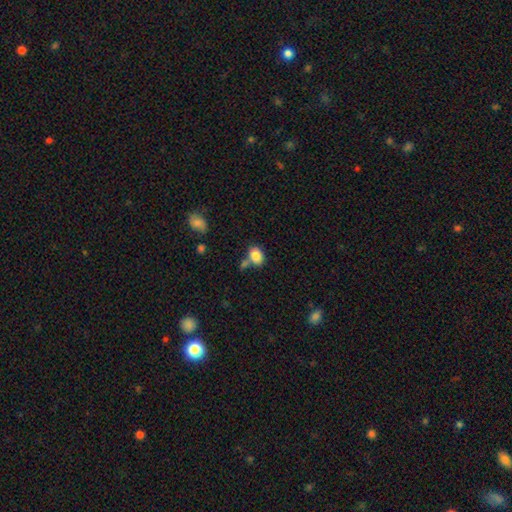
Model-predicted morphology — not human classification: Smooth or featured? smooth (84%)
How rounded? in between (77%)
Merging? none (57%)